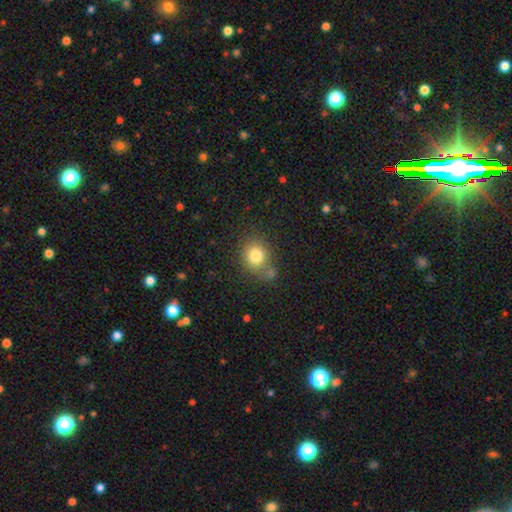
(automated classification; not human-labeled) The model was most divided on "how rounded": round: 68%, in between: 31%, cigar-shaped: 1%. More confident: smooth or featured — smooth (81%); merging — none (61%).